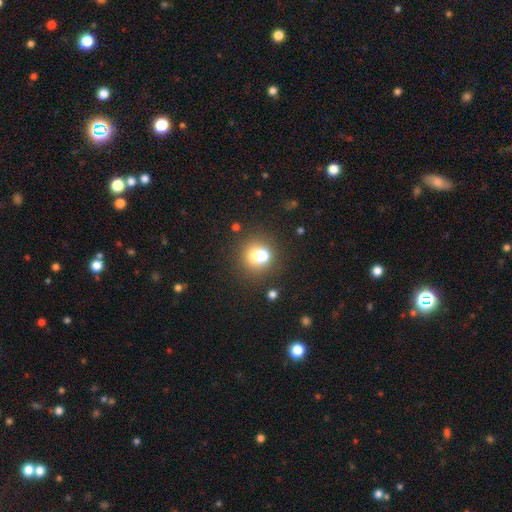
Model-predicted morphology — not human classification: Smooth or featured: smooth — 66% (featured or disk — 19%)
How rounded: round — 84% (in between — 15%)
Merging: none — 50% (merger — 36%)